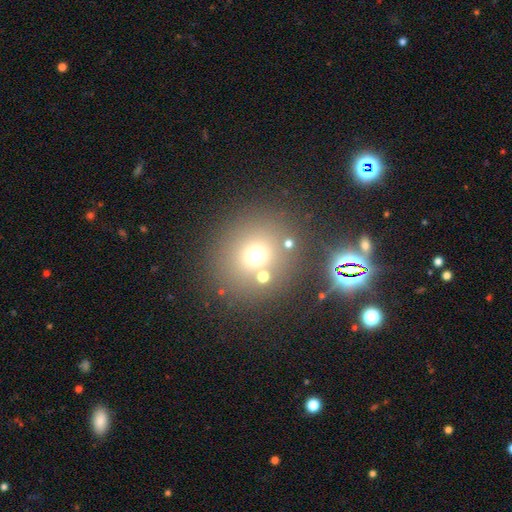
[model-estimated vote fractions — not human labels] Smooth or featured: smooth — 65% (star or artifact — 24%)
How rounded: round — 89% (in between — 10%)
Merging: none — 75% (merger — 12%)